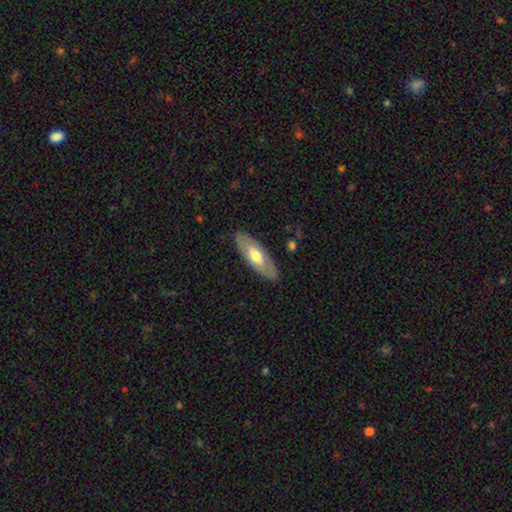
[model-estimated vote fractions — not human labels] Smooth or featured? smooth (54%)
How rounded? in between (68%)
Merging? none (86%)